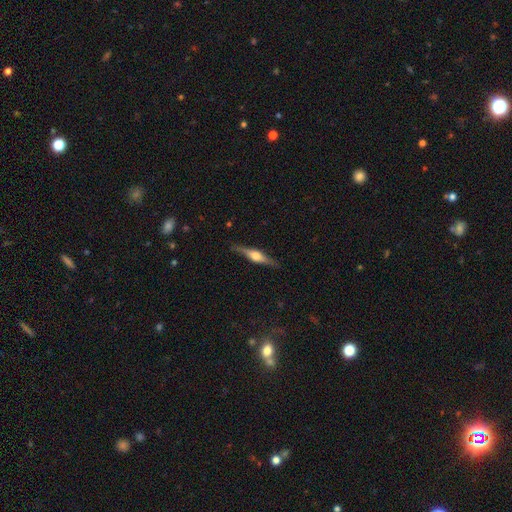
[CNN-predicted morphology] featured or disk 75%, smooth 19%, star or artifact 6%. Down the decision tree: edge-on disk — yes (97%); edge-on bulge — rounded (90%); merging — none (88%).